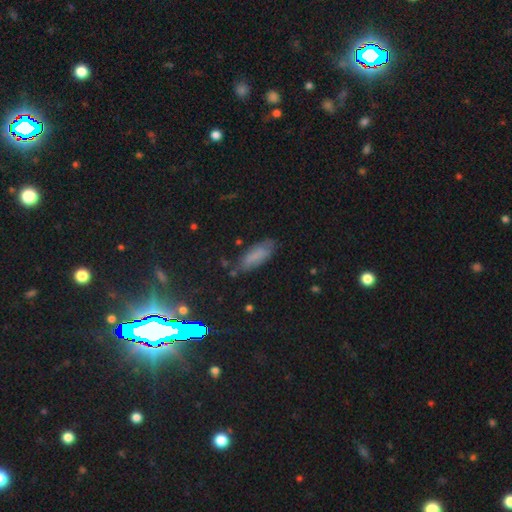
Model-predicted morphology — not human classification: Q: Smooth or featured?
A: smooth (68%); runner-up: featured or disk (18%)
Q: How rounded?
A: in between (66%); runner-up: cigar-shaped (31%)
Q: Merging?
A: none (69%); runner-up: minor disturbance (22%)